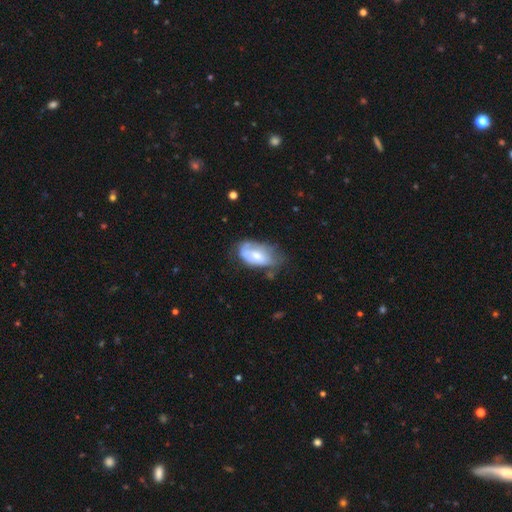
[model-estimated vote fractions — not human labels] A smooth galaxy with no disk features (52%) that is in between round and cigar-shaped (92%). Merging: minor disturbance (37%).